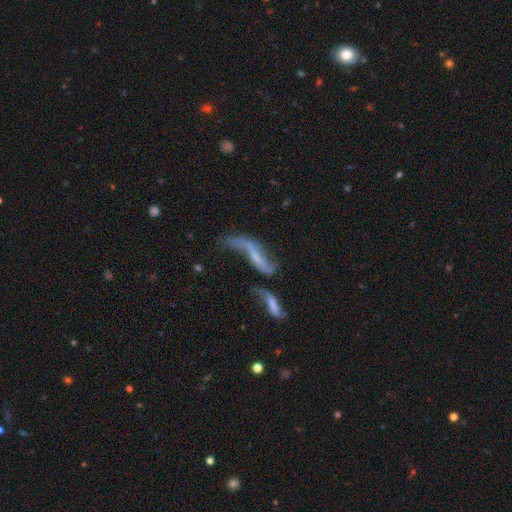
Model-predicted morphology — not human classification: This is likely a featured or disk galaxy (65%). It is likely not viewed edge-on (78%). Bar: marginally no (42%). Spiral arm pattern: likely yes (67%). Central bulge: possibly none (45%). Merging: marginally merger (36%).